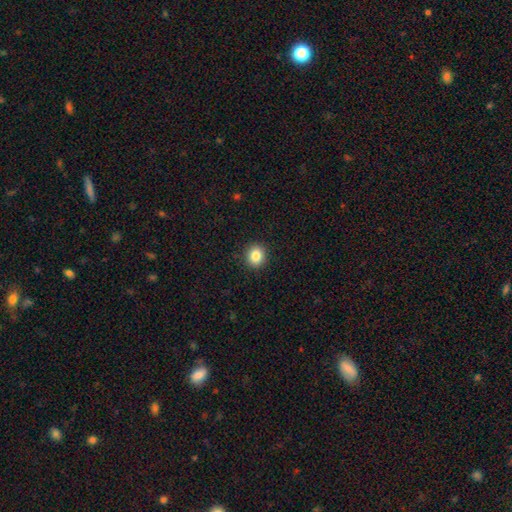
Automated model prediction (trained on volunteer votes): A smooth galaxy with no disk features (85%) that is round (80%).

Vote fractions:
- Smooth or featured? smooth: 85% / star or artifact: 10% / featured or disk: 5%
- How rounded? round: 80% / in between: 19% / cigar-shaped: 1%
- Merging? none: 91% / minor disturbance: 6% / major disturbance: 2% / merger: 1%